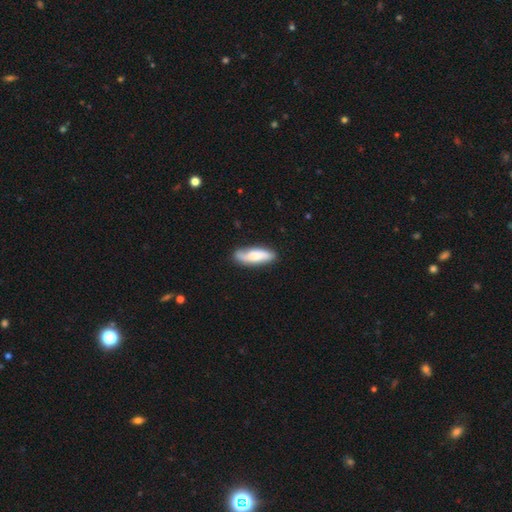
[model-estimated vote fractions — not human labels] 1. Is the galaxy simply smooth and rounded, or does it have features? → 63% smooth, 31% featured or disk, 6% star or artifact.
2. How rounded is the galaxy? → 53% in between, 45% cigar-shaped, 2% round.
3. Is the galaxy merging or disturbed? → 75% none, 19% minor disturbance, 4% major disturbance, 2% merger.